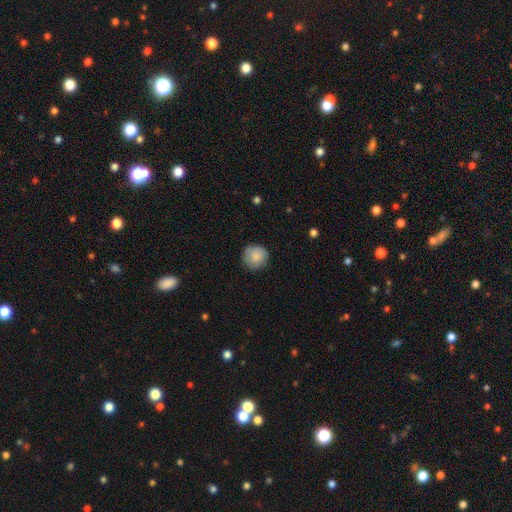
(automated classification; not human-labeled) A smooth galaxy with no disk features (85%) that is round (93%). Merging: none (85%).